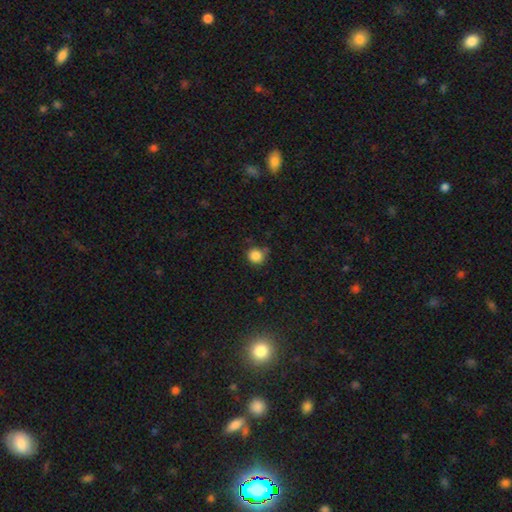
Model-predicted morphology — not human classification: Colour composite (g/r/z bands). It shows a smooth galaxy with no disk features (85%) that is round (89%). Merging: none (75%).